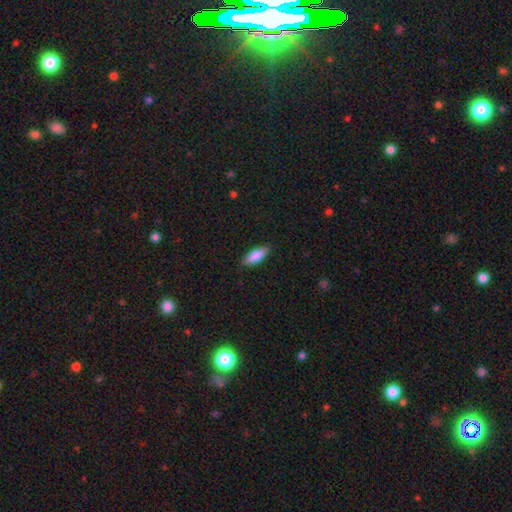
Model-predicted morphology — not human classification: Smooth or featured?
  - smooth: 85% *
  - featured or disk: 9%
  - star or artifact: 6%
How rounded?
  - in between: 68% *
  - cigar-shaped: 30%
  - round: 2%
Merging?
  - none: 87% *
  - minor disturbance: 10%
  - major disturbance: 2%
  - merger: 1%